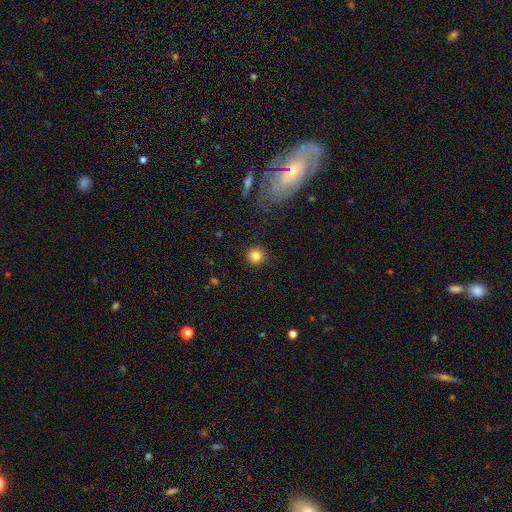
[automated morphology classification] type=smooth (83%); roundness=round (94%); merging=none (88%).